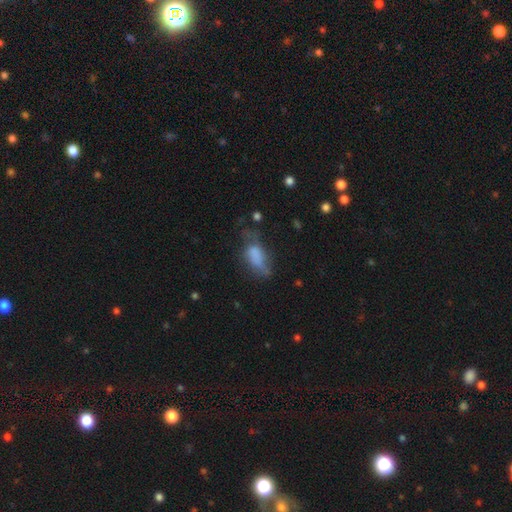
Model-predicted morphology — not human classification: Smooth or featured: smooth — 70% (featured or disk — 20%)
How rounded: in between — 84% (cigar-shaped — 11%)
Merging: none — 33% (minor disturbance — 32%)